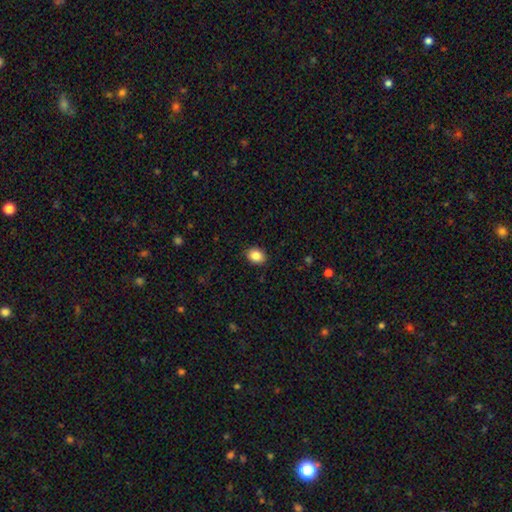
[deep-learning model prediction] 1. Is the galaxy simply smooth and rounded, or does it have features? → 86% smooth, 9% star or artifact, 5% featured or disk.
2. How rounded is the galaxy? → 56% in between, 43% round, 1% cigar-shaped.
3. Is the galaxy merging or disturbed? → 89% none, 8% minor disturbance, 2% major disturbance, 1% merger.